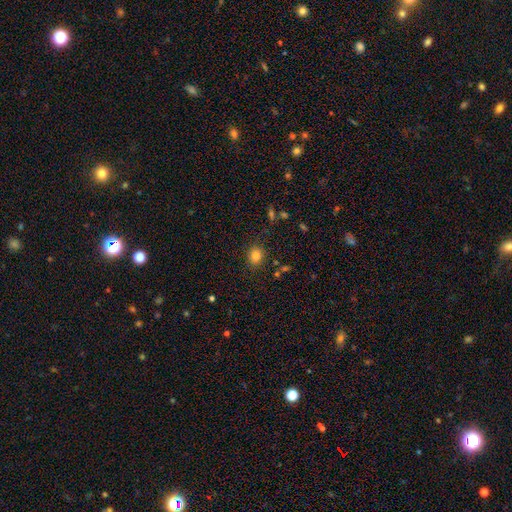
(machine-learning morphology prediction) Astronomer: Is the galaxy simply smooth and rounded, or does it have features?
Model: smooth — 82%.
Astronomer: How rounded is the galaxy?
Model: round — 66%.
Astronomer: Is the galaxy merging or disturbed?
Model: none — 84%.